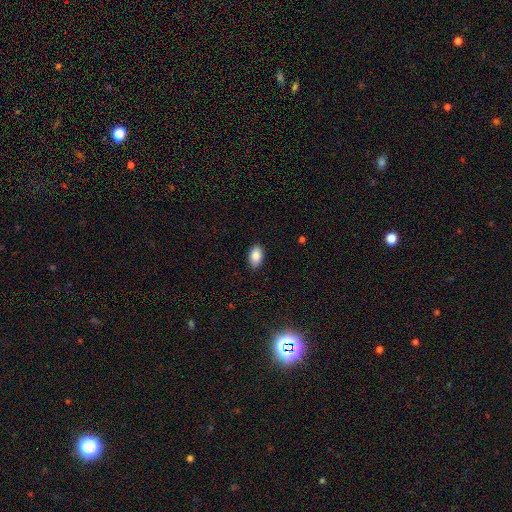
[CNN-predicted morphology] The model was most divided on "merging": none: 84%, minor disturbance: 13%, major disturbance: 2%, merger: 1%. More confident: how rounded — in between (91%); smooth or featured — smooth (87%).